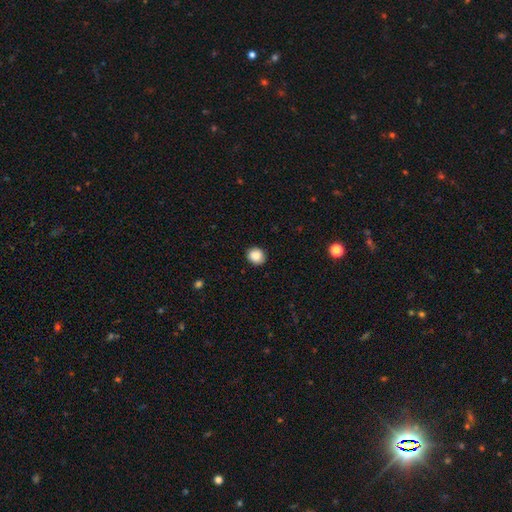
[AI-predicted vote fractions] Q: Smooth or featured?
A: smooth (89%); runner-up: star or artifact (9%)
Q: How rounded?
A: round (79%); runner-up: in between (20%)
Q: Merging?
A: none (89%); runner-up: minor disturbance (8%)